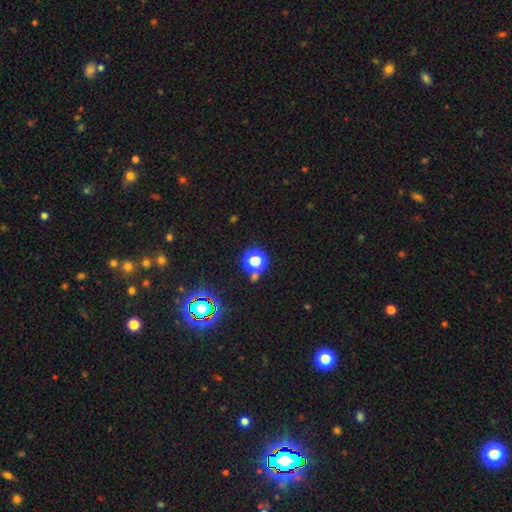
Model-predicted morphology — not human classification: smooth-or-featured: star or artifact: 53% | smooth: 40% | featured or disk: 7%